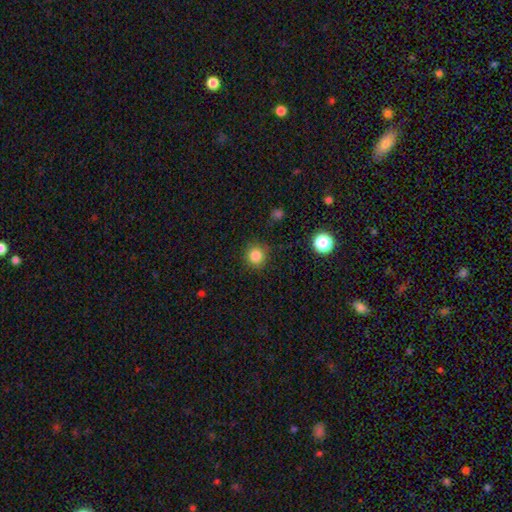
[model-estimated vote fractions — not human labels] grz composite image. It shows a smooth galaxy with no disk features (84%) that is round (92%). Merging: none (88%).